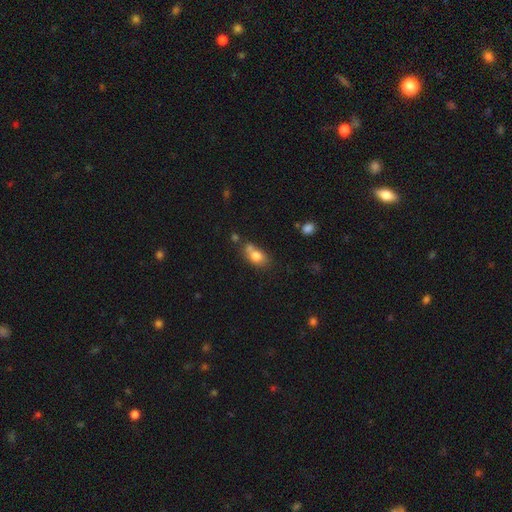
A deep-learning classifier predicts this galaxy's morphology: A smooth galaxy with no disk features (77%) that is in between round and cigar-shaped (73%).

Vote fractions:
- Smooth or featured? smooth: 77% / featured or disk: 13% / star or artifact: 9%
- How rounded? in between: 73% / round: 24% / cigar-shaped: 3%
- Merging? none: 40% / merger: 34% / minor disturbance: 19% / major disturbance: 7%